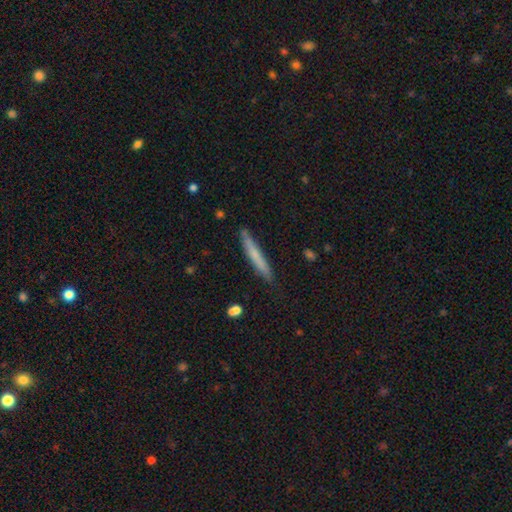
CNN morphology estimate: Smooth or featured: smooth — 64% (featured or disk — 30%)
How rounded: cigar-shaped — 95% (in between — 3%)
Merging: none — 84% (minor disturbance — 12%)